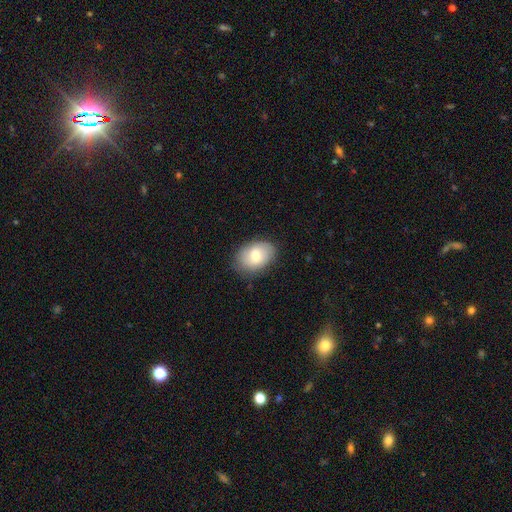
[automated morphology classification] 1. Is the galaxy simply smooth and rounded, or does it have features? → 71% smooth, 21% featured or disk, 7% star or artifact.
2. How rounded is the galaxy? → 80% in between, 19% round, 1% cigar-shaped.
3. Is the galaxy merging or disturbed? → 80% none, 15% minor disturbance, 3% major disturbance, 1% merger.